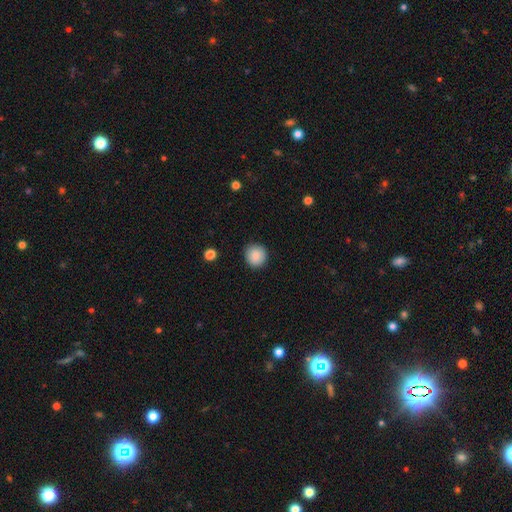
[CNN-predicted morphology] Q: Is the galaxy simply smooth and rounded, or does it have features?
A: smooth — 88%.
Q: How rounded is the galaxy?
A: round — 93%.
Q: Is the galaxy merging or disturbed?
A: none — 91%.